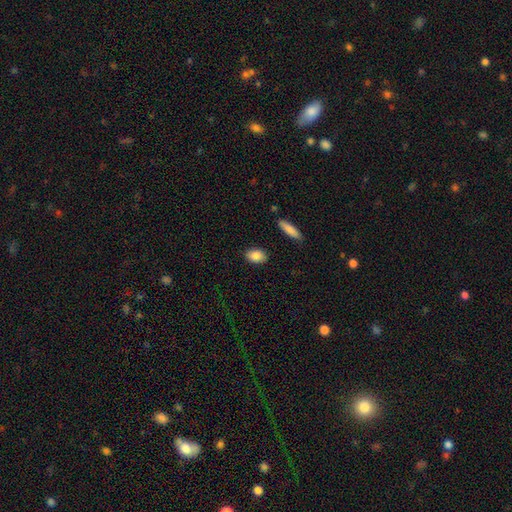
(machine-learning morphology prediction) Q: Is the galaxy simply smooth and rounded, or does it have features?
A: smooth — 87%.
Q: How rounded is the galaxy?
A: in between — 85%.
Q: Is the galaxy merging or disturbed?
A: none — 88%.